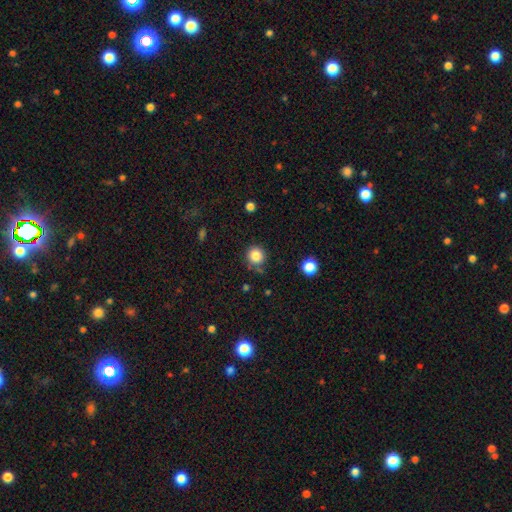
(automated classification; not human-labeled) The model was most divided on "merging": none: 80%, minor disturbance: 13%, merger: 4%, major disturbance: 4%. More confident: how rounded — round (92%); smooth or featured — smooth (84%).